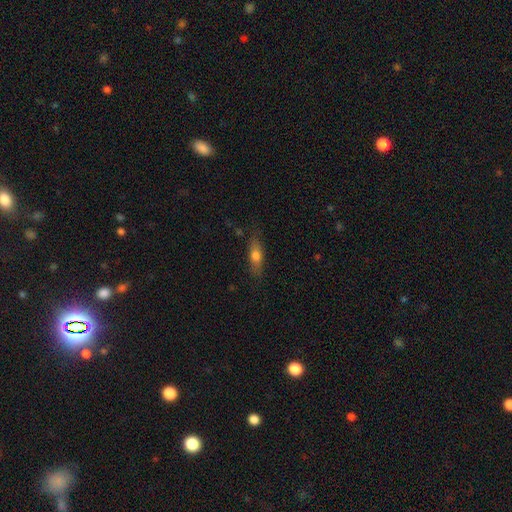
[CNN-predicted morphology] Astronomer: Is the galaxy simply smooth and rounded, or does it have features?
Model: smooth — 64%.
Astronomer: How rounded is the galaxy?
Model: in between — 55% (runner-up: cigar-shaped, 41%).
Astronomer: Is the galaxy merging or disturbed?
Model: none — 80%.